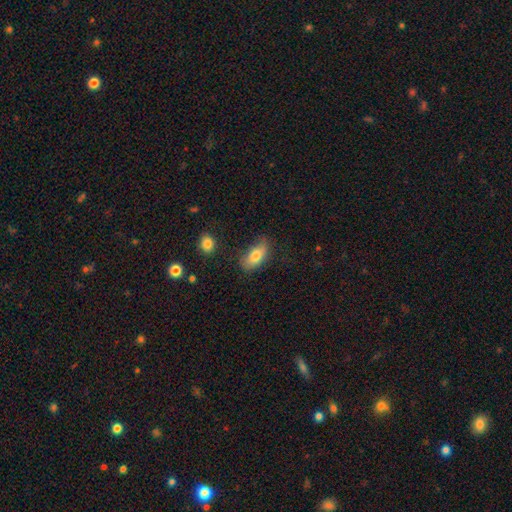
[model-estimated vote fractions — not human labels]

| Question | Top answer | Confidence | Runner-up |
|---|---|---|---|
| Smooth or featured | smooth | 79% | featured or disk (14%) |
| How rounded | in between | 89% | cigar-shaped (7%) |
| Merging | none | 66% | minor disturbance (24%) |